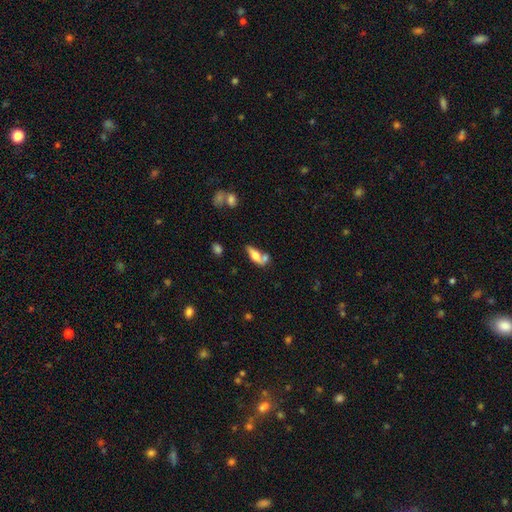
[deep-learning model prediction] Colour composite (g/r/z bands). It shows a smooth galaxy with no disk features (58%) that is in between round and cigar-shaped (72%). Merging: merger (42%).